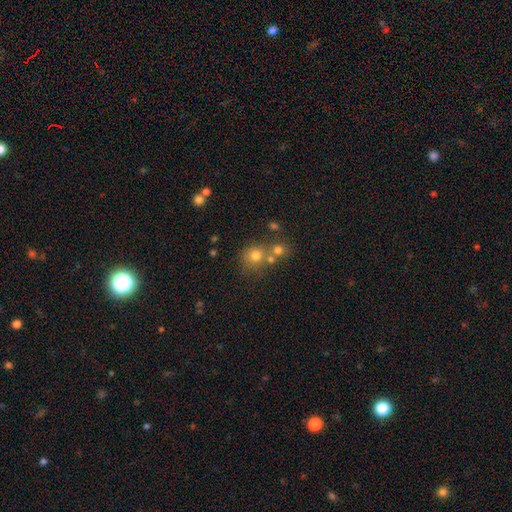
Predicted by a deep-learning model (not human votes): smooth_or_featured: smooth (p=0.72) [alt: star or artifact p=0.15]
how_rounded: round (p=0.84) [alt: in between p=0.15]
merging: none (p=0.50) [alt: merger p=0.37]